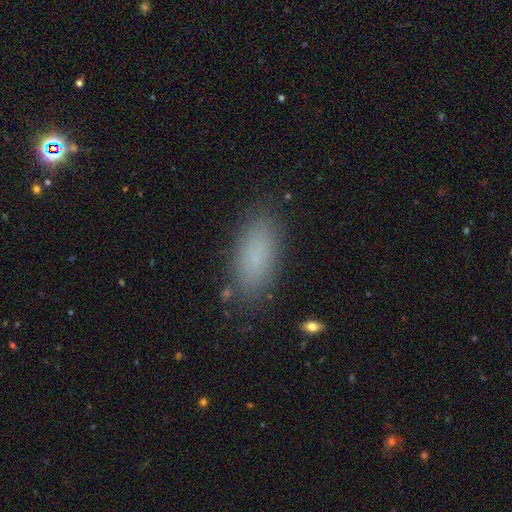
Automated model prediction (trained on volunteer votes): A smooth galaxy with no disk features (82%) that is in between round and cigar-shaped (83%). Merging: none (85%).